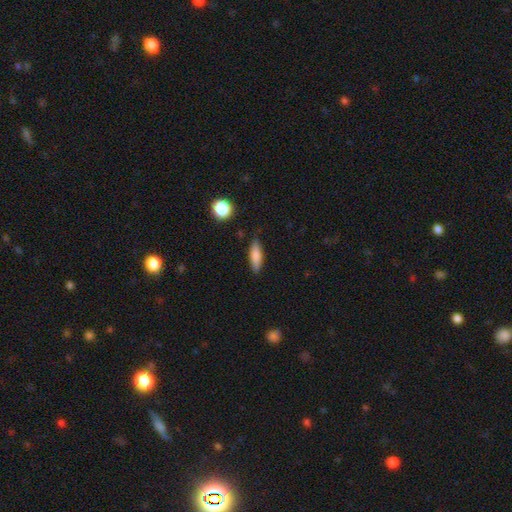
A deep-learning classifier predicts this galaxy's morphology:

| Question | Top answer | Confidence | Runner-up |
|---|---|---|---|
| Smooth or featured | smooth | 76% | featured or disk (17%) |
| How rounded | cigar-shaped | 53% | in between (44%) |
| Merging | none | 83% | minor disturbance (13%) |